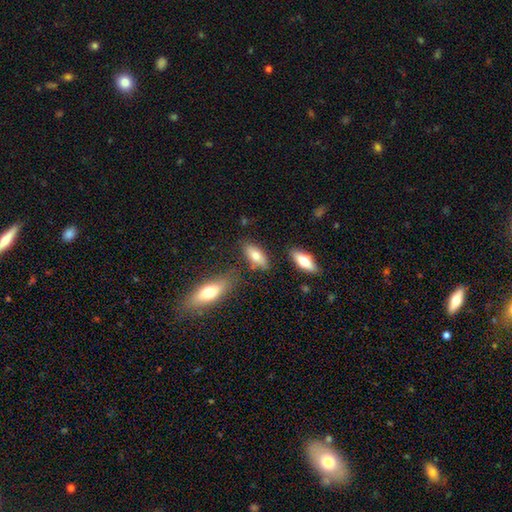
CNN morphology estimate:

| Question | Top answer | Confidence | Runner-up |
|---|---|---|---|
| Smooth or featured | smooth | 74% | featured or disk (18%) |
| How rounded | in between | 82% | cigar-shaped (15%) |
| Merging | none | 74% | minor disturbance (15%) |